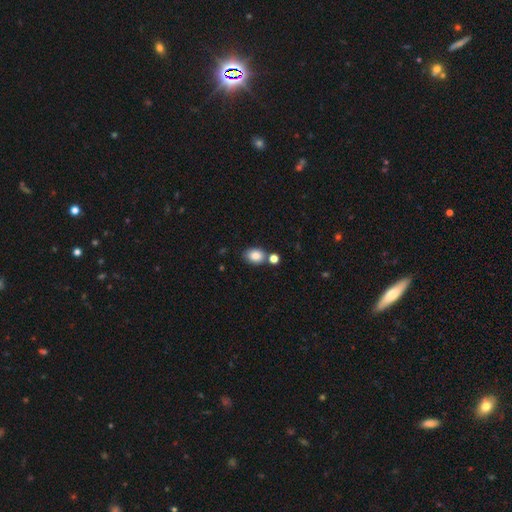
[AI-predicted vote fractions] Overall: smooth (84%). How rounded: in between (68%; round 31%). Merging: none (69%).